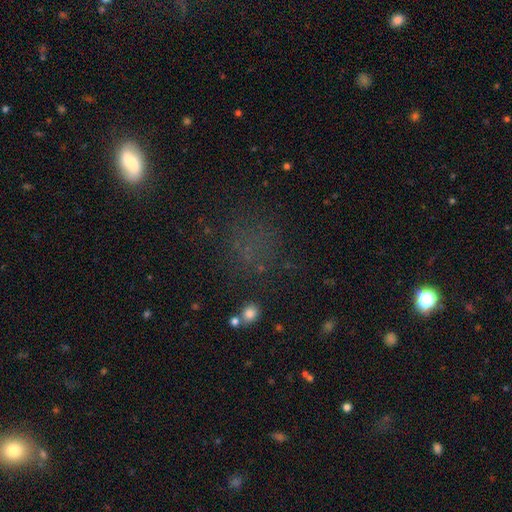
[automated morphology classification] Q: Smooth or featured?
A: smooth (49%); runner-up: star or artifact (37%)
Q: Merging?
A: none (64%); runner-up: minor disturbance (16%)